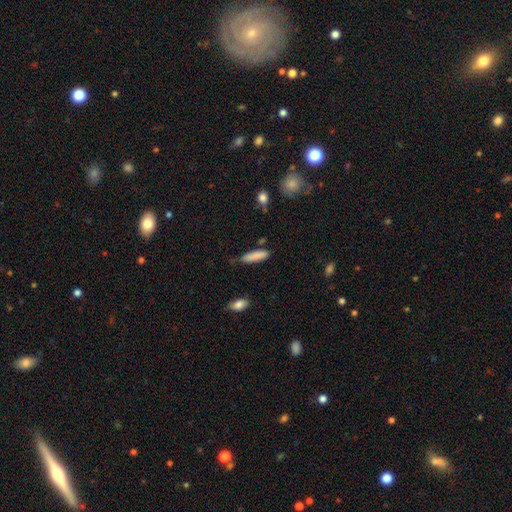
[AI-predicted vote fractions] A smooth galaxy with no disk features (85%) that is cigar-shaped (72%). Merging: none (72%).